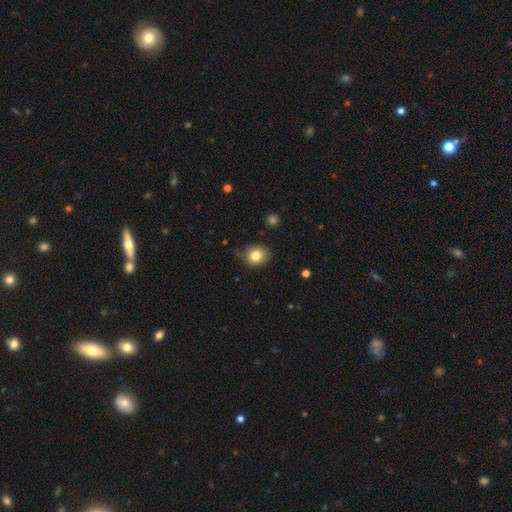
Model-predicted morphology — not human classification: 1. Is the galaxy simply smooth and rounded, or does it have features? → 82% smooth, 10% star or artifact, 7% featured or disk.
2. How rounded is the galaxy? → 76% round, 23% in between, 1% cigar-shaped.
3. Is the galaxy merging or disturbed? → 76% none, 18% minor disturbance, 4% major disturbance, 2% merger.